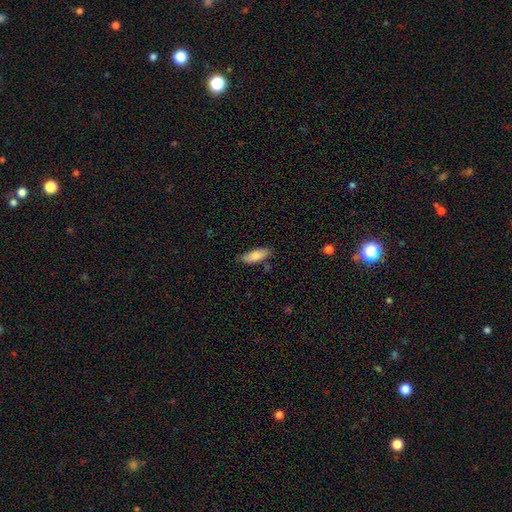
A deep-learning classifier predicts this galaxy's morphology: This is clearly a smooth galaxy (83%). How rounded: likely in between (73%). Merging: likely none (79%).